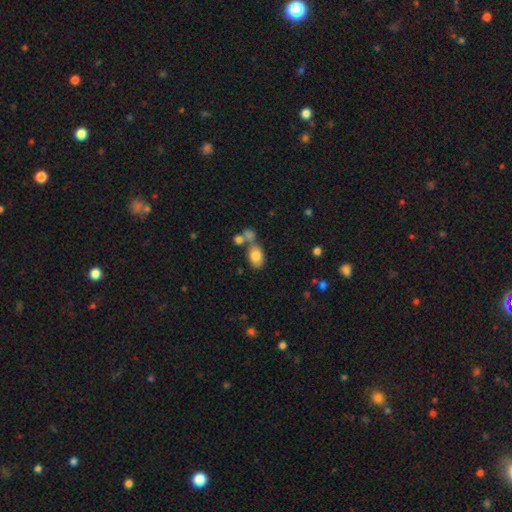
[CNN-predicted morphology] smooth-or-featured: smooth: 81% | featured or disk: 10% | star or artifact: 9%
  how-rounded: in between: 79% | round: 20% | cigar-shaped: 1%
  merging: none: 45% | merger: 37% | minor disturbance: 13% | major disturbance: 6%